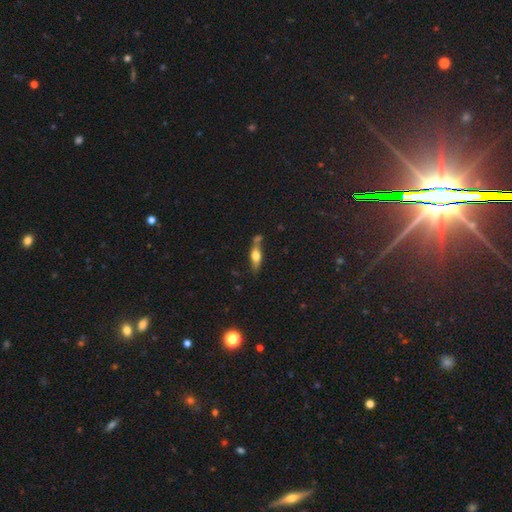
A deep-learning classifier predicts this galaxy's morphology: type=smooth (48%); merging=none (61%).